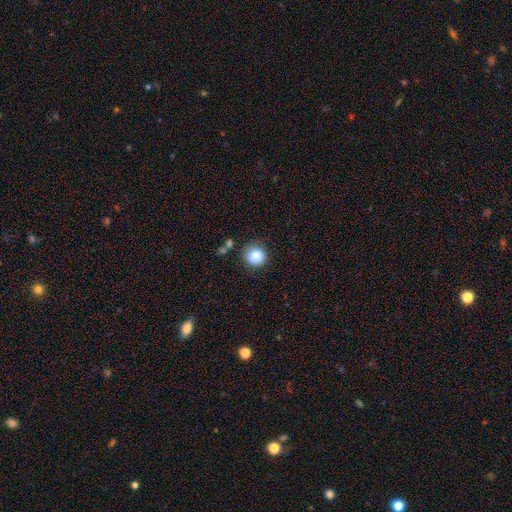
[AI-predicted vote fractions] Overall: smooth (83%). How rounded: round (88%). Merging: none (77%).